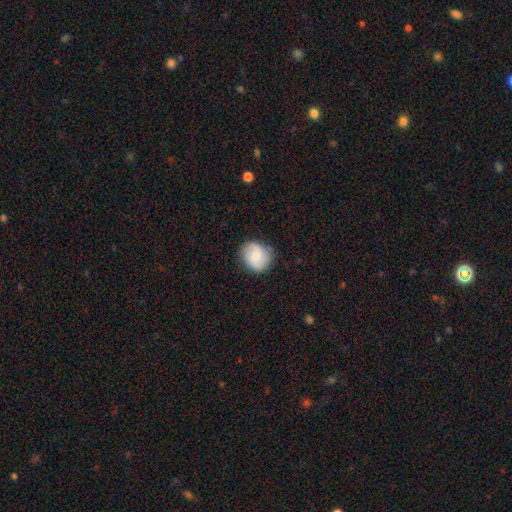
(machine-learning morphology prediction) smooth-or-featured: smooth: 59% | featured or disk: 34% | star or artifact: 7%
  how-rounded: round: 73% | in between: 26% | cigar-shaped: 1%
  merging: none: 79% | minor disturbance: 16% | major disturbance: 4% | merger: 1%